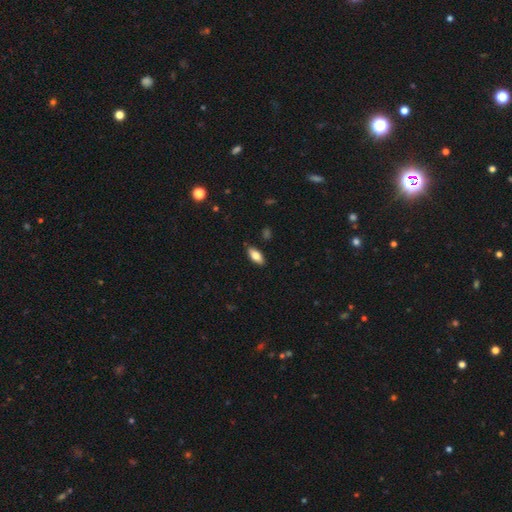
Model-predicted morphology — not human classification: A smooth galaxy with no disk features (77%) that is in between round and cigar-shaped (85%).

Vote fractions:
- Smooth or featured? smooth: 77% / featured or disk: 17% / star or artifact: 7%
- How rounded? in between: 85% / cigar-shaped: 12% / round: 2%
- Merging? none: 88% / minor disturbance: 9% / major disturbance: 2% / merger: 1%